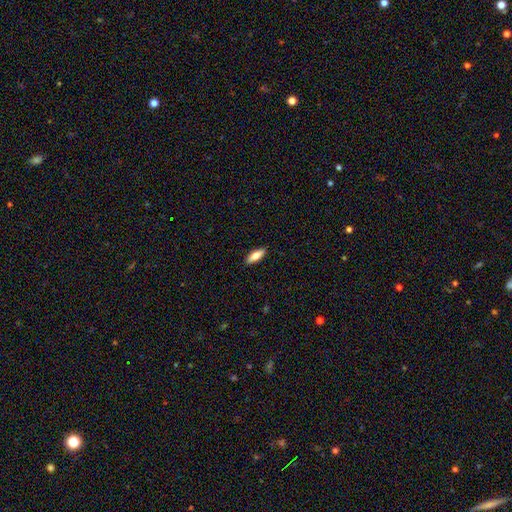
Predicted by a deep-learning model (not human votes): This appears to be a smooth galaxy with no disk features (75%) that is in between round and cigar-shaped (61%). Merging: none (90%).